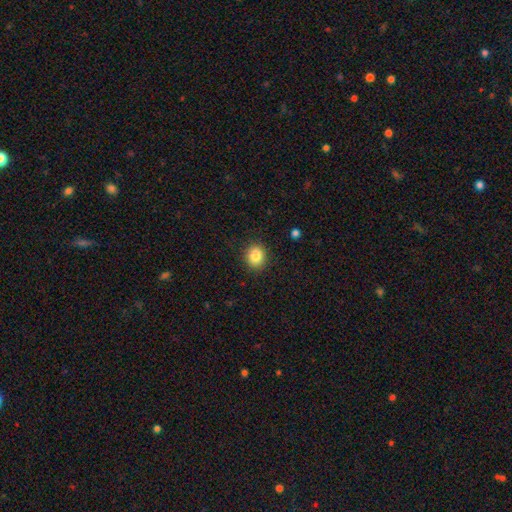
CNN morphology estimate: Smooth or featured? smooth (83%)
How rounded? round (76%)
Merging? none (90%)